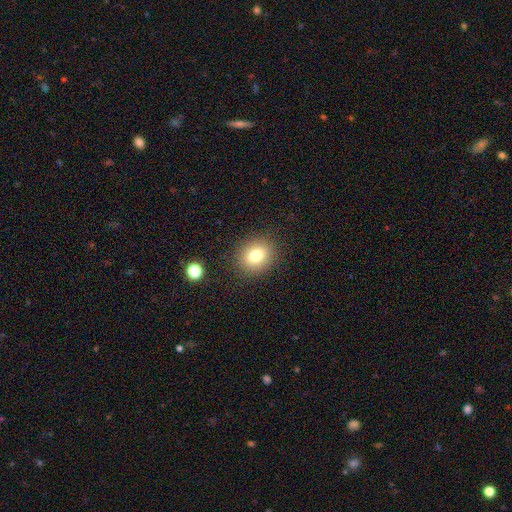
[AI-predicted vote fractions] Smooth or featured? smooth (77%)
How rounded? round (68%)
Merging? none (87%)